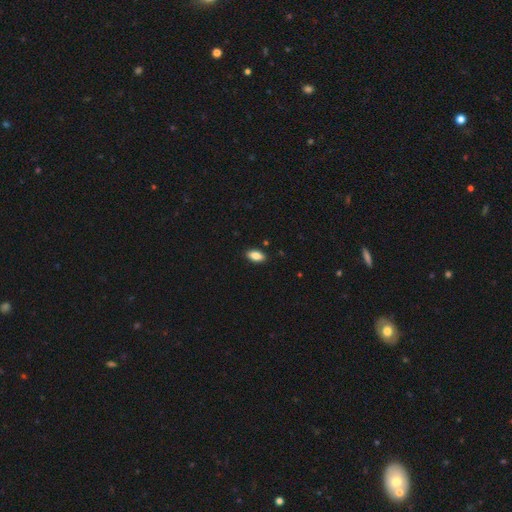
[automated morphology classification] Smooth or featured: smooth — 85% (star or artifact — 8%)
How rounded: in between — 92% (cigar-shaped — 5%)
Merging: none — 89% (minor disturbance — 8%)